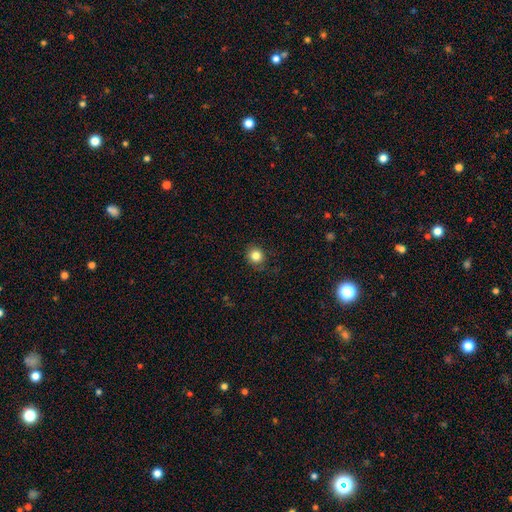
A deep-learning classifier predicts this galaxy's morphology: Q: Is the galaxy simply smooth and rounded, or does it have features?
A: smooth — 83%.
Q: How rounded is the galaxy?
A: round — 85%.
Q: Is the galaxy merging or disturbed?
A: none — 87%.